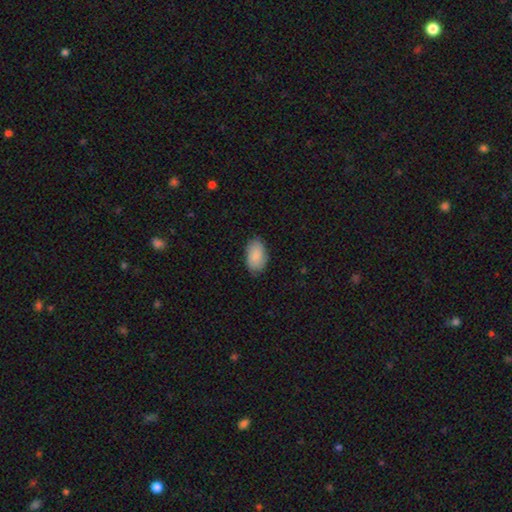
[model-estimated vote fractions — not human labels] A smooth galaxy with no disk features (88%) that is in between round and cigar-shaped (94%).

Vote fractions:
- Smooth or featured? smooth: 88% / featured or disk: 6% / star or artifact: 6%
- How rounded? in between: 94% / round: 4% / cigar-shaped: 2%
- Merging? none: 83% / minor disturbance: 13% / major disturbance: 3% / merger: 1%